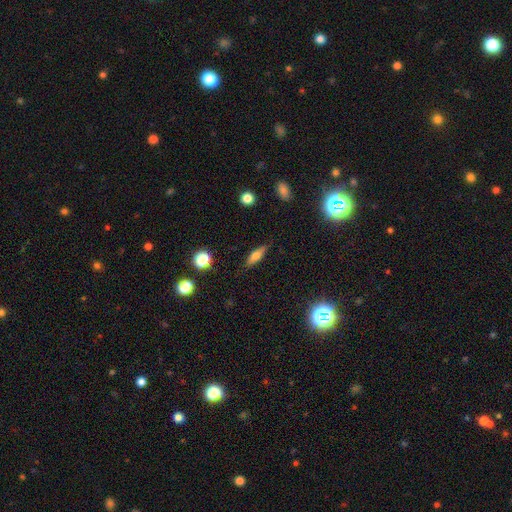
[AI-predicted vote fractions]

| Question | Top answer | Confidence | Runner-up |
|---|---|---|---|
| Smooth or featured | smooth | 56% | featured or disk (34%) |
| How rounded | cigar-shaped | 52% | in between (44%) |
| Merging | none | 83% | minor disturbance (12%) |